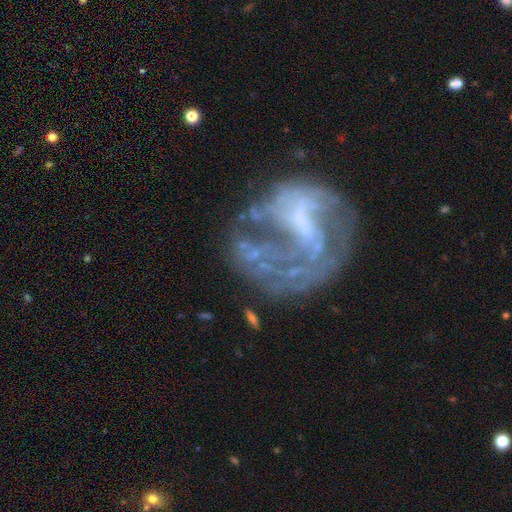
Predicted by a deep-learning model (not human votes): smooth-or-featured: featured or disk: 74% | smooth: 15% | star or artifact: 11%
  disk-edge-on: no: 98% | yes: 2%
    bar: no: 51% | weak: 35% | strong: 14%
    has-spiral-arms: yes: 55% | no: 45%
    bulge-size: none: 54% | small: 23% | moderate: 18% | large: 4% | dominant: 1%
  merging: none: 41% | major disturbance: 36% | minor disturbance: 17% | merger: 6%